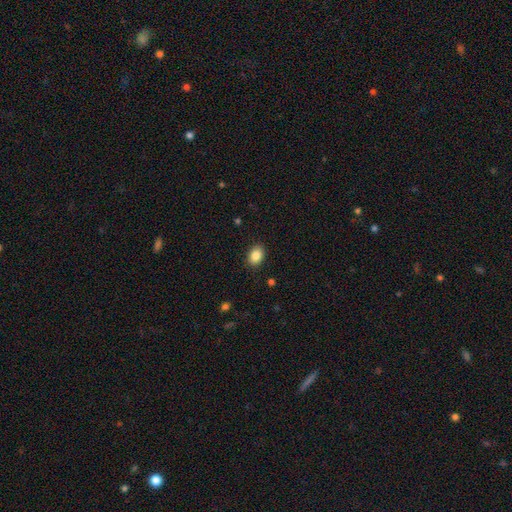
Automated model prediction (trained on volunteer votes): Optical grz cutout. It shows a smooth galaxy with no disk features (87%) that is in between round and cigar-shaped (75%). Merging: none (89%).